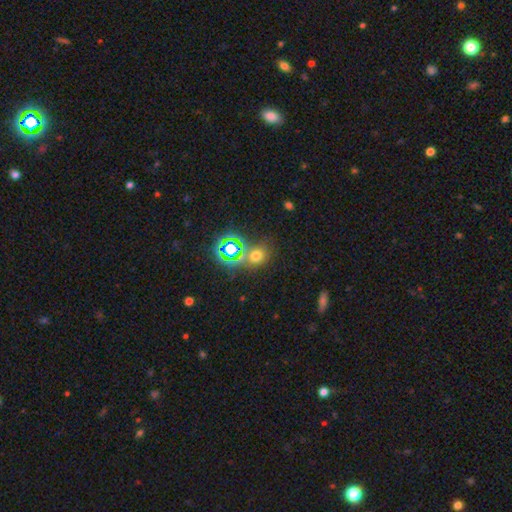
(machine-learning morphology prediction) Smooth or featured: smooth — 57% (star or artifact — 35%)
How rounded: round — 68% (in between — 31%)
Merging: none — 66% (merger — 19%)